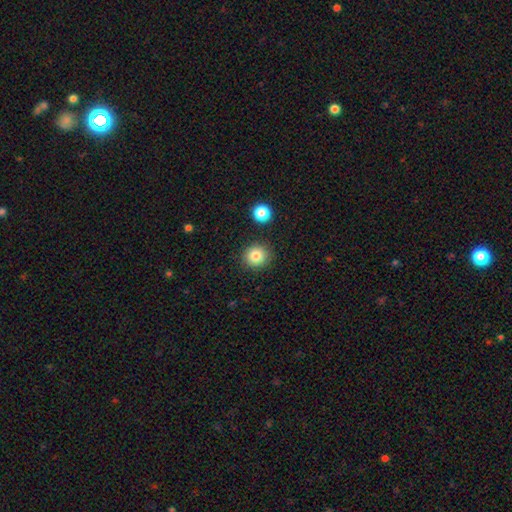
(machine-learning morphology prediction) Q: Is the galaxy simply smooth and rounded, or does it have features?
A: smooth — 83%.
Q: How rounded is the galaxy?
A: round — 91%.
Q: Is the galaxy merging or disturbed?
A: none — 88%.